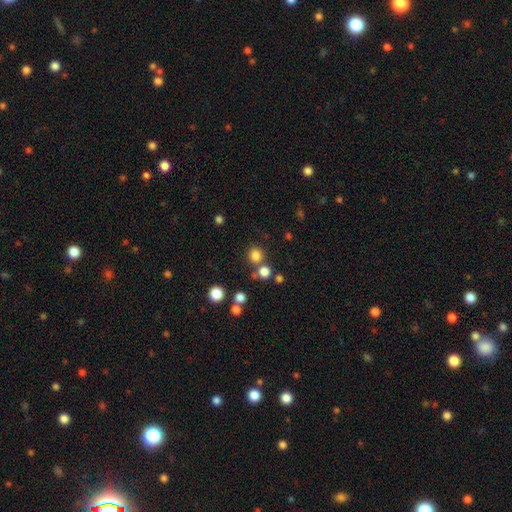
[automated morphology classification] Smooth or featured?
  - smooth: 79% *
  - star or artifact: 16%
  - featured or disk: 5%
How rounded?
  - round: 90% *
  - in between: 9%
  - cigar-shaped: 1%
Merging?
  - none: 74% *
  - merger: 15%
  - minor disturbance: 7%
  - major disturbance: 3%